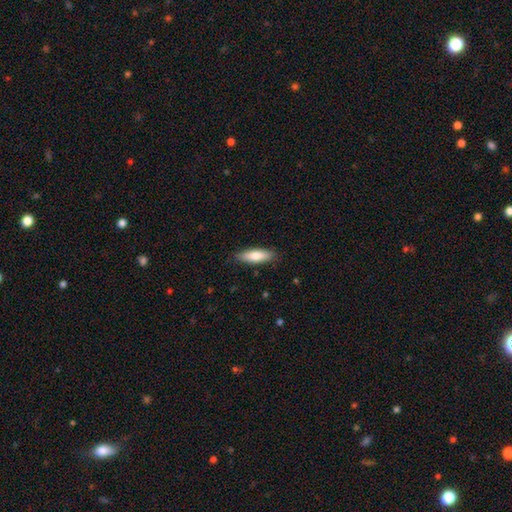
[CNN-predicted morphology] Smooth or featured? smooth (80%)
How rounded? cigar-shaped (50%)
Merging? none (87%)